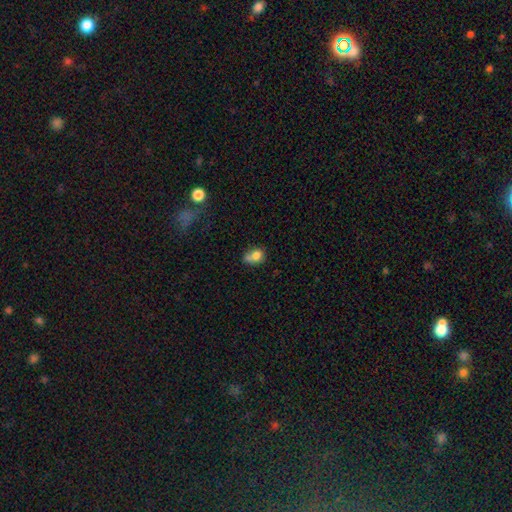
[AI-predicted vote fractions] smooth-or-featured: smooth: 76% | featured or disk: 13% | star or artifact: 11%
  how-rounded: in between: 53% | round: 46% | cigar-shaped: 1%
  merging: none: 34% | merger: 33% | minor disturbance: 21% | major disturbance: 11%